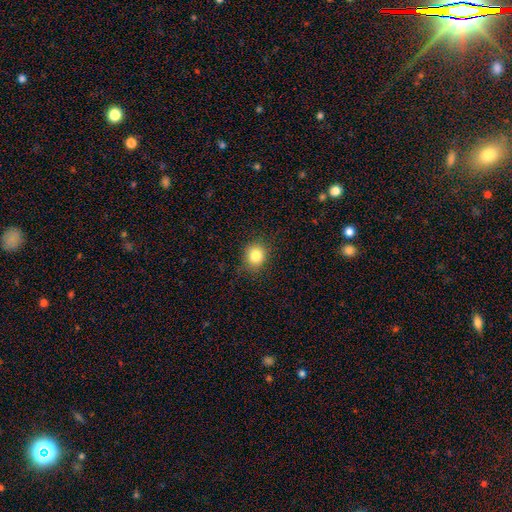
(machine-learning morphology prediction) This is clearly a smooth galaxy (82%). How rounded: likely round (76%). Merging: clearly none (84%).